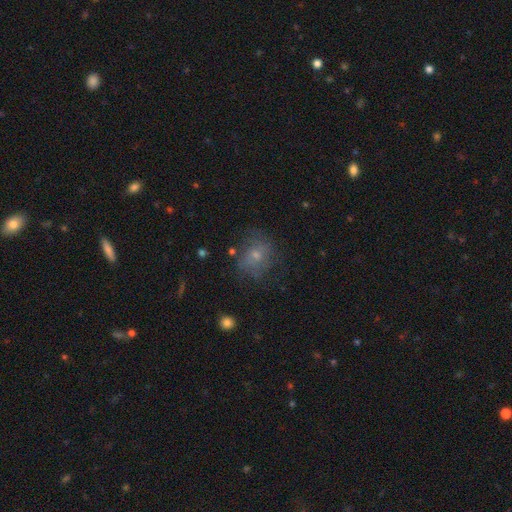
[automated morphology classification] smooth_or_featured: smooth (p=0.52) [alt: featured or disk p=0.33]
how_rounded: round (p=0.63) [alt: in between p=0.36]
merging: none (p=0.62) [alt: minor disturbance p=0.21]